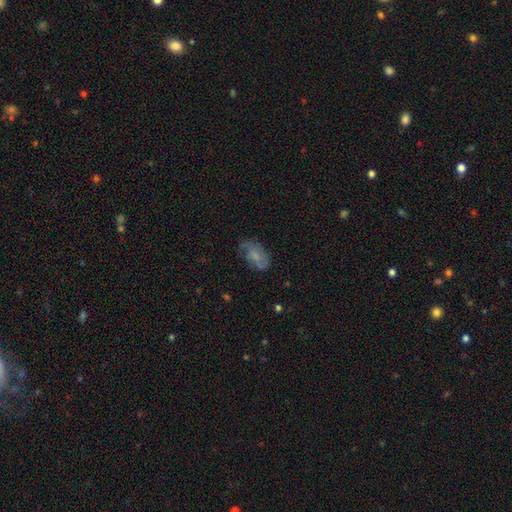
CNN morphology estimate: featured or disk 48%, smooth 43%, star or artifact 9%. Down the decision tree: merging — none (59%).